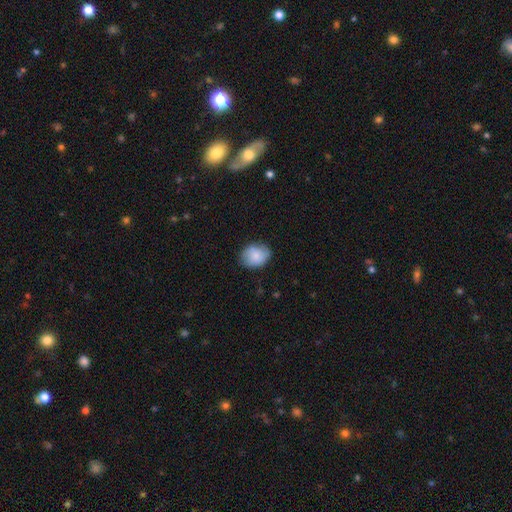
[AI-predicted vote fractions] smooth_or_featured: smooth (p=0.80) [alt: featured or disk p=0.13]
how_rounded: in between (p=0.57) [alt: round p=0.42]
merging: none (p=0.77) [alt: minor disturbance p=0.18]